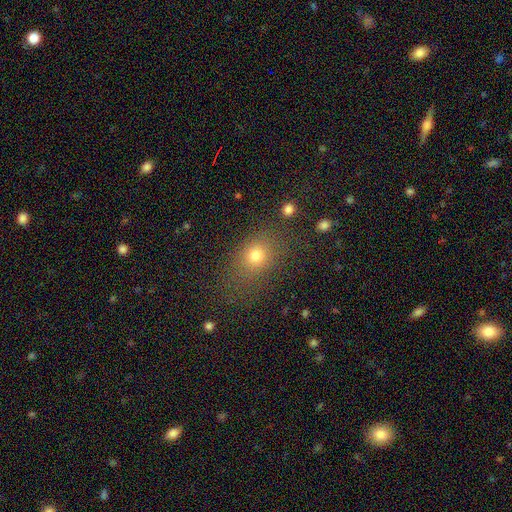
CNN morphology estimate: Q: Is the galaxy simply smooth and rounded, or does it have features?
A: smooth — 75%.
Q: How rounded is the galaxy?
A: in between — 55%.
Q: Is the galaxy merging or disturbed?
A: none — 73%.